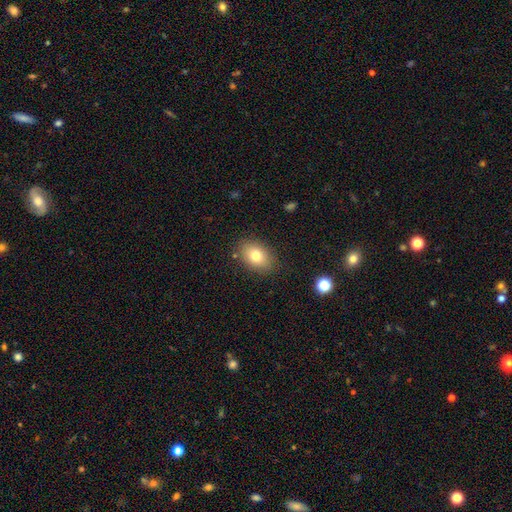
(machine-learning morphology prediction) smooth-or-featured: smooth: 77% | featured or disk: 13% | star or artifact: 10%
  how-rounded: in between: 79% | round: 20% | cigar-shaped: 1%
  merging: none: 85% | minor disturbance: 10% | major disturbance: 3% | merger: 2%